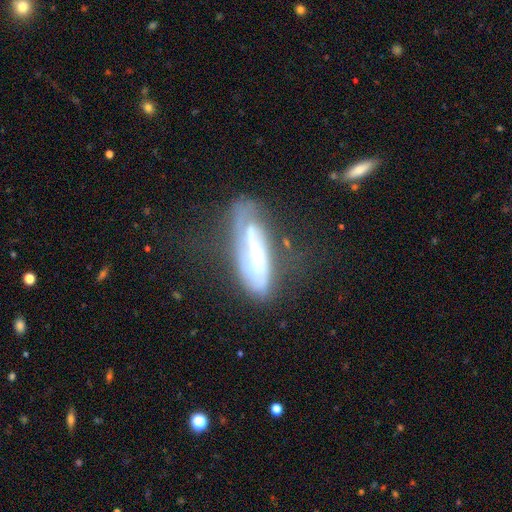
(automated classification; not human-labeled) This is likely a featured or disk galaxy (70%). It is likely not viewed edge-on (77%). Bar: possibly no (45%). Spiral arm pattern: likely yes (73%). Central bulge: marginally moderate (42%). Merging: marginally none (44%).